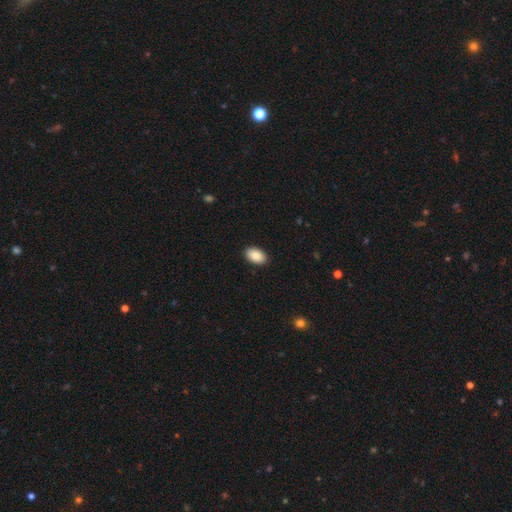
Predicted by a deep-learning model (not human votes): This is clearly a smooth galaxy (89%). How rounded: clearly in between (93%). Merging: clearly none (90%).